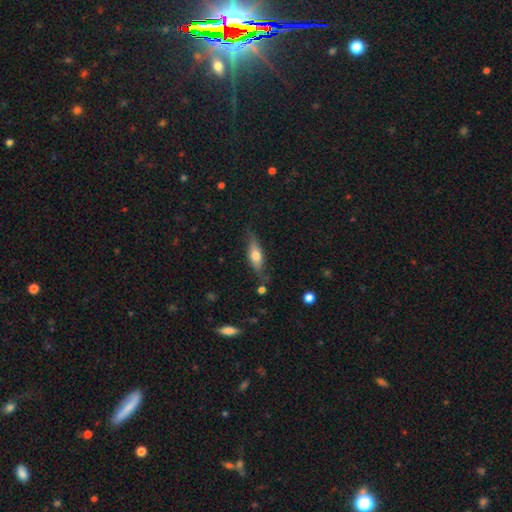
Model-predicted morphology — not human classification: A smooth galaxy with no disk features (54%) that is in between round and cigar-shaped (57%).

Vote fractions:
- Smooth or featured? smooth: 54% / featured or disk: 39% / star or artifact: 7%
- How rounded? in between: 57% / cigar-shaped: 39% / round: 4%
- Merging? none: 70% / minor disturbance: 21% / major disturbance: 6% / merger: 3%